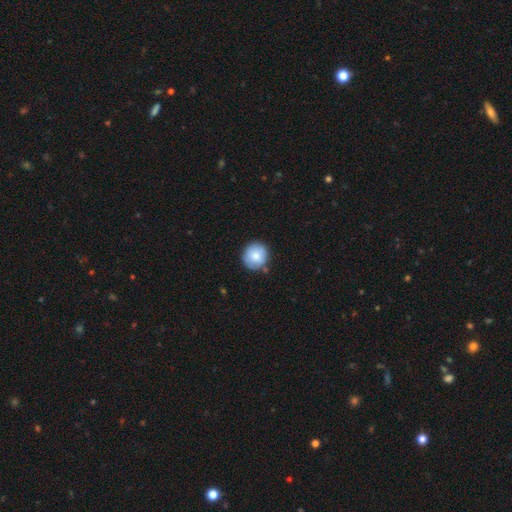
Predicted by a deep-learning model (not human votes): Smooth or featured: smooth — 81% (featured or disk — 12%)
How rounded: round — 93% (in between — 6%)
Merging: none — 83% (minor disturbance — 12%)